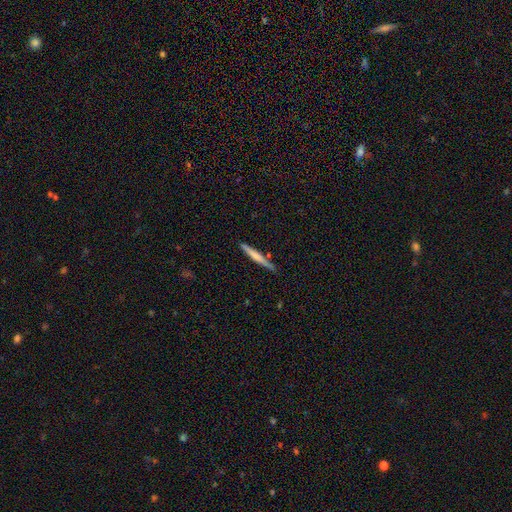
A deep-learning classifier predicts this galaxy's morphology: Smooth or featured?
  - smooth: 56% *
  - featured or disk: 39%
  - star or artifact: 5%
How rounded?
  - cigar-shaped: 96% *
  - in between: 3%
  - round: 1%
Merging?
  - none: 86% *
  - minor disturbance: 10%
  - merger: 2%
  - major disturbance: 2%